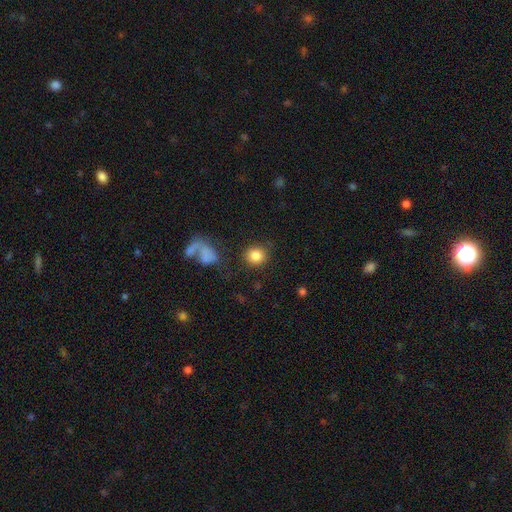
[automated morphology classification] Smooth or featured: smooth — 84% (star or artifact — 9%)
How rounded: round — 87% (in between — 11%)
Merging: none — 82% (minor disturbance — 8%)